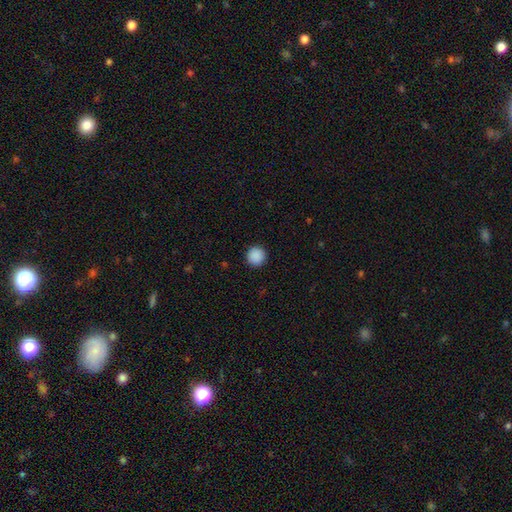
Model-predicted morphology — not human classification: A smooth galaxy with no disk features (90%) that is round (96%). Merging: none (93%).